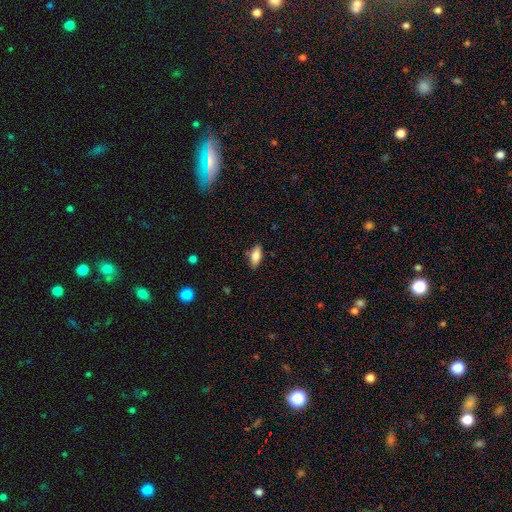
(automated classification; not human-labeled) Morphology: type=smooth (81%); roundness=in between (81%); merging=none (84%).